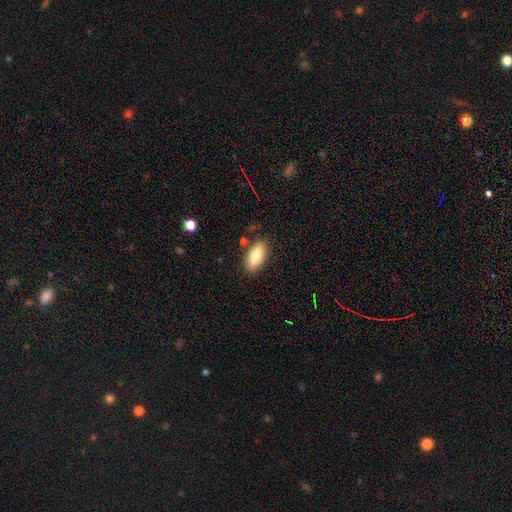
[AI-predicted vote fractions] This is clearly a smooth galaxy (83%). How rounded: clearly in between (84%). Merging: clearly none (83%).